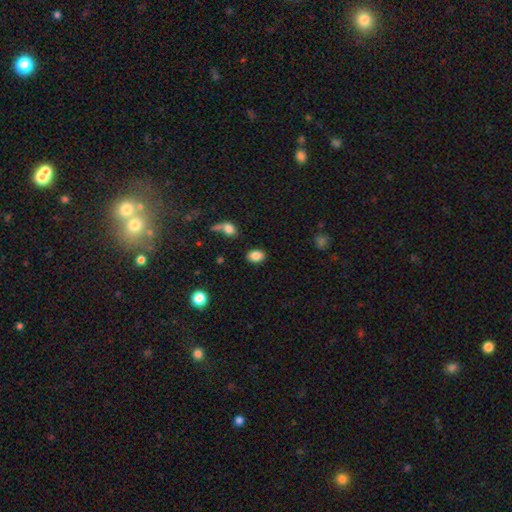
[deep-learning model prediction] The model was most divided on "how rounded": in between: 71%, round: 28%, cigar-shaped: 1%. More confident: smooth or featured — smooth (86%); merging — none (84%).